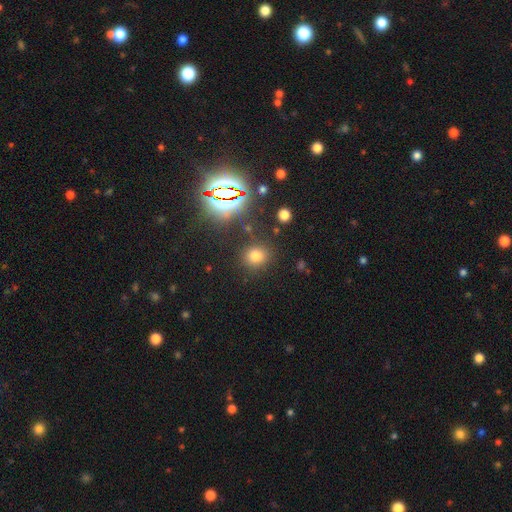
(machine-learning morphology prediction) This appears to be a smooth galaxy with no disk features (70%) that is round (79%). Merging: none (84%).